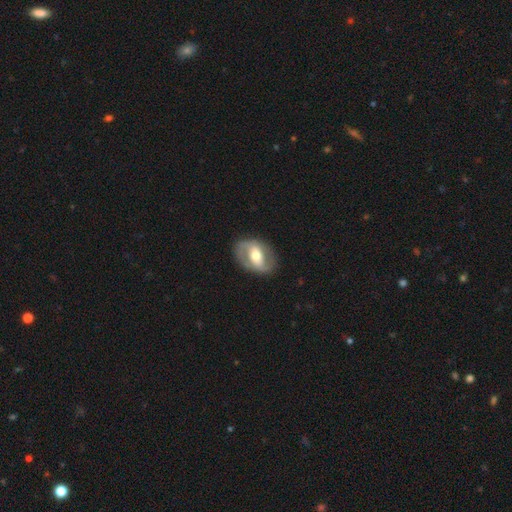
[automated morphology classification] This appears to be a featured or disk galaxy (72%) with a strong bar (37%), spiral arms (67%) and a moderate central bulge (69%). Merging: none (82%).